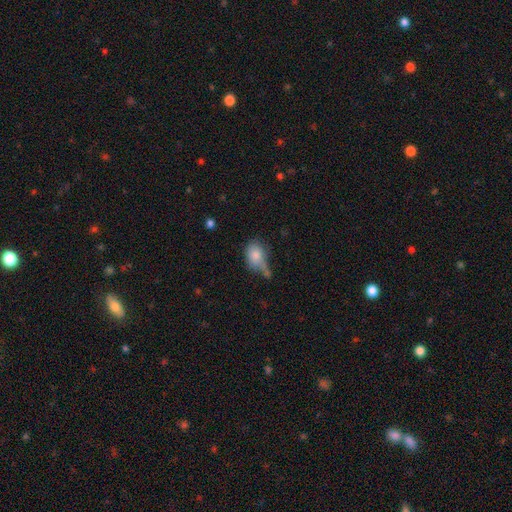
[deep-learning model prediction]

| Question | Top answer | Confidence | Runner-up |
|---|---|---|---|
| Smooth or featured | smooth | 80% | featured or disk (11%) |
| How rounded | in between | 69% | round (29%) |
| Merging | none | 41% | minor disturbance (26%) |